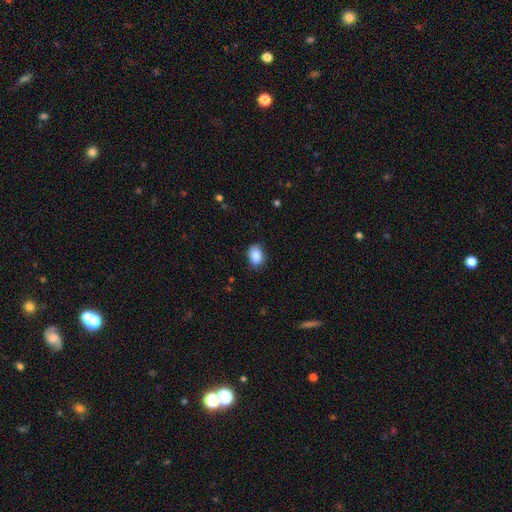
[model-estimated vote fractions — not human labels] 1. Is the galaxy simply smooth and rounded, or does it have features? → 88% smooth, 8% star or artifact, 4% featured or disk.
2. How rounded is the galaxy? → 80% in between, 19% round, 1% cigar-shaped.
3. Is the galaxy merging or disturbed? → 80% none, 16% minor disturbance, 3% major disturbance, 1% merger.